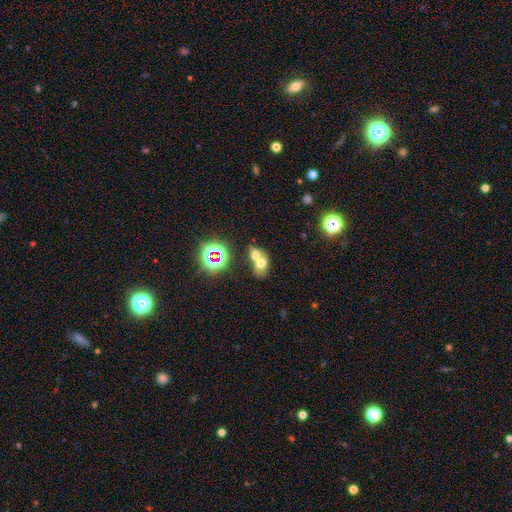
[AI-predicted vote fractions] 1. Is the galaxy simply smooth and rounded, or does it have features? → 60% smooth, 21% featured or disk, 19% star or artifact.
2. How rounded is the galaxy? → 56% in between, 42% round, 1% cigar-shaped.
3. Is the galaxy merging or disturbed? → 68% merger, 22% none, 6% minor disturbance, 4% major disturbance.